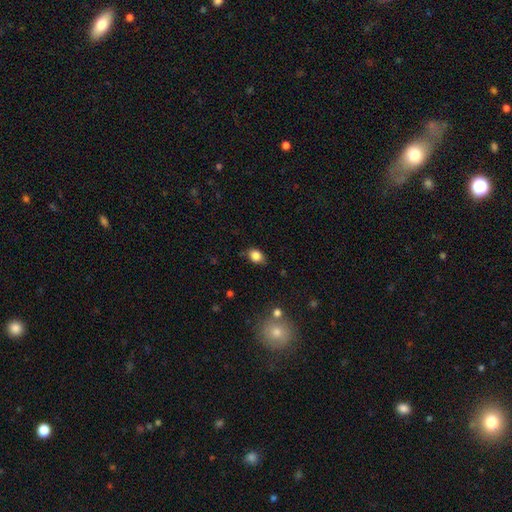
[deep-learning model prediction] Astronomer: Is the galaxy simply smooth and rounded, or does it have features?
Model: smooth — 83%.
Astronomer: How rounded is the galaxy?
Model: in between — 64%.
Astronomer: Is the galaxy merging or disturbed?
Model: none — 74%.